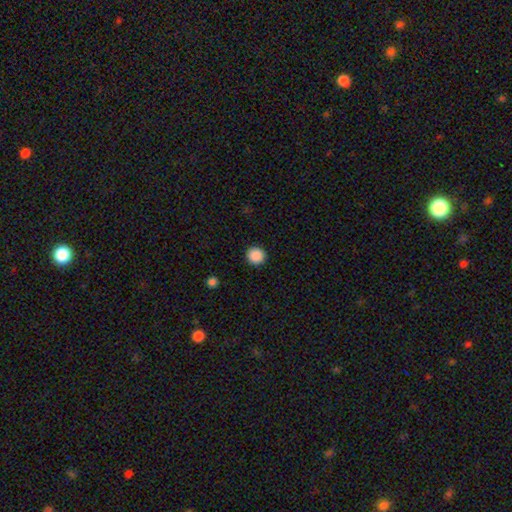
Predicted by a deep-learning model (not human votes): smooth_or_featured: smooth (p=0.88) [alt: star or artifact p=0.09]
how_rounded: round (p=0.95) [alt: in between p=0.04]
merging: none (p=0.93) [alt: minor disturbance p=0.04]